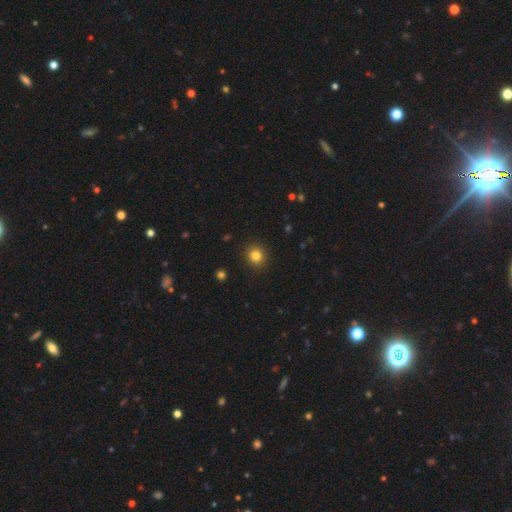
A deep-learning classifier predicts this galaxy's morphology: type=smooth (83%); roundness=round (91%); merging=none (91%).